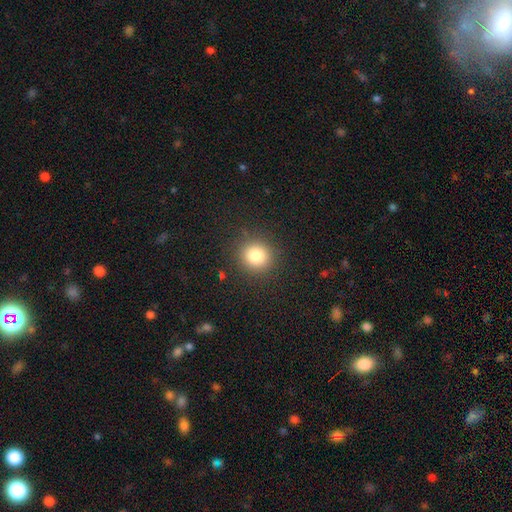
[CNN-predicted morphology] This appears to be a smooth galaxy with no disk features (81%) that is round (91%). Merging: none (89%).